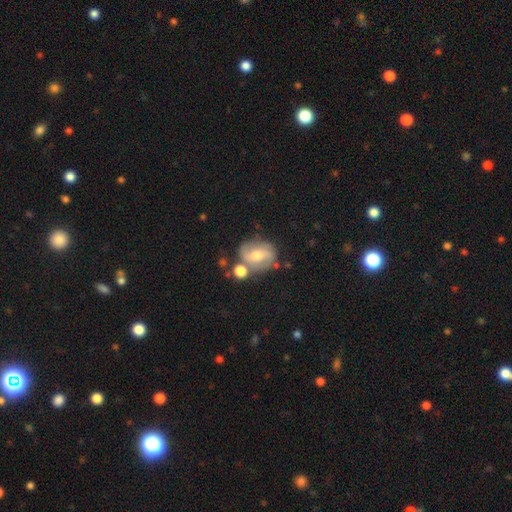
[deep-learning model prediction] This appears to be a featured or disk galaxy (63%) with a weak bar (42%), spiral arms (80%) and a moderate central bulge (59%). Merging: none (59%).